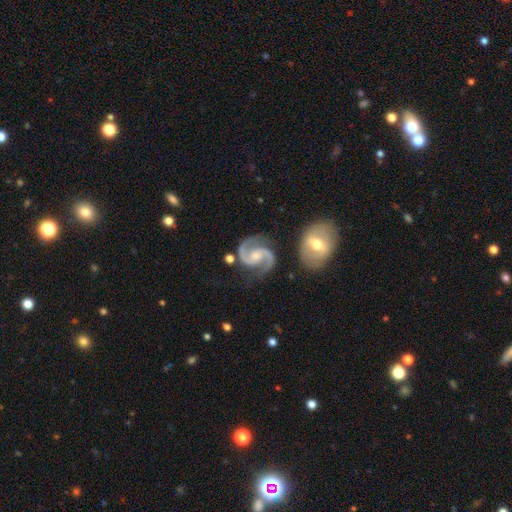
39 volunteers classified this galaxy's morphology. Q: Smooth or featured?
A: featured or disk (85%); runner-up: smooth (8%)
Q: Edge-on disk?
A: no (97%); runner-up: yes (3%)
Q: Bar?
A: no (69%); runner-up: weak (25%)
Q: Spiral arms?
A: yes (100%)
Q: Spiral winding?
A: medium (75%); runner-up: tight (12%)
Q: Spiral arm count?
A: 2 (100%)
Q: Bulge size?
A: small (50%); runner-up: moderate (31%)
Q: Merging?
A: none (72%); runner-up: minor disturbance (14%)